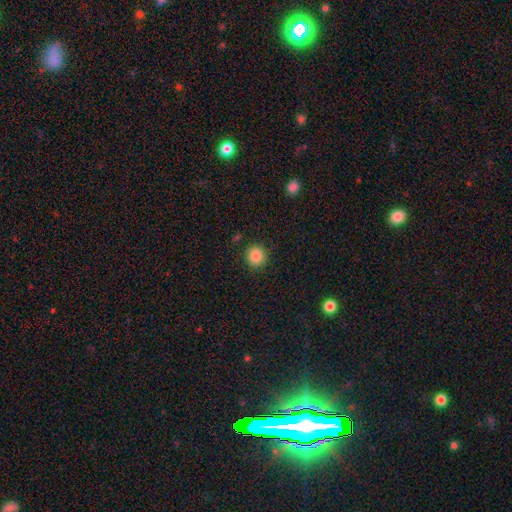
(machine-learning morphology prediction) Smooth or featured? Predicted: smooth (p=0.86). How rounded? Predicted: round (p=0.87). Merging? Predicted: none (p=0.88).